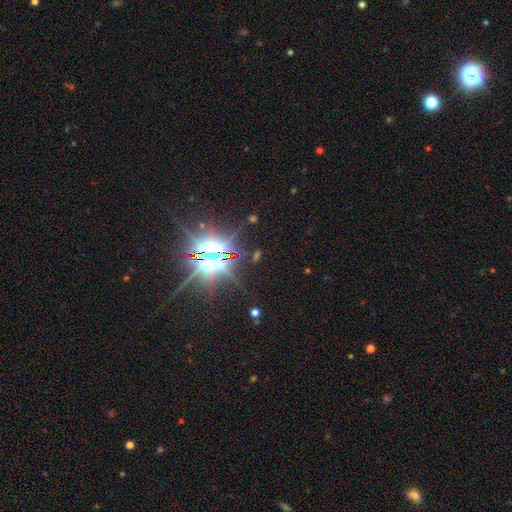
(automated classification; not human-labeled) The model was most divided on "smooth or featured": star or artifact: 76%, featured or disk: 15%, smooth: 9%.